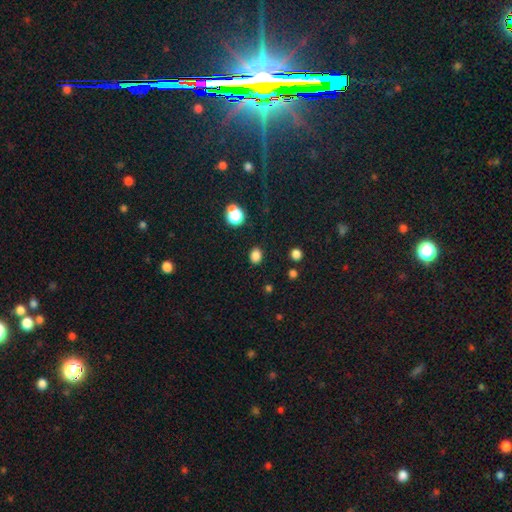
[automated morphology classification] Q: Smooth or featured?
A: smooth (83%); runner-up: star or artifact (14%)
Q: How rounded?
A: in between (60%); runner-up: round (39%)
Q: Merging?
A: none (86%); runner-up: minor disturbance (9%)